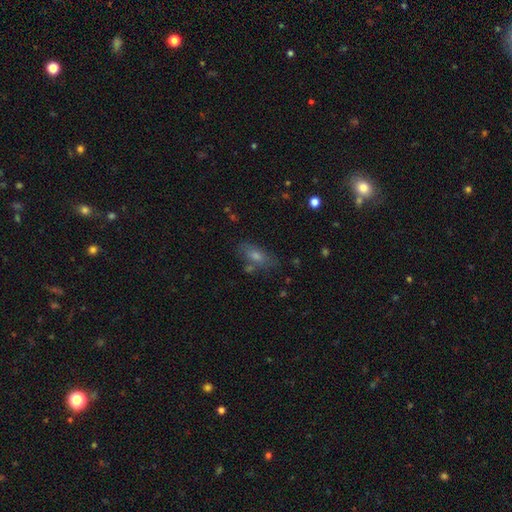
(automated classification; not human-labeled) This is possibly a smooth galaxy (56%). How rounded: likely in between (75%). Merging: likely none (70%).